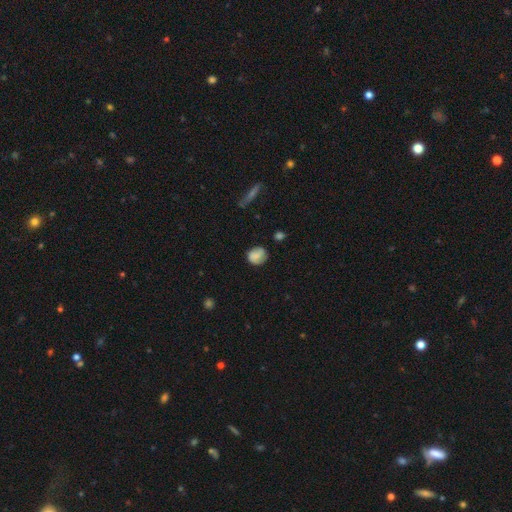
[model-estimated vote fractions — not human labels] Q: Smooth or featured?
A: smooth (76%); runner-up: featured or disk (16%)
Q: How rounded?
A: round (71%); runner-up: in between (28%)
Q: Merging?
A: none (66%); runner-up: minor disturbance (25%)